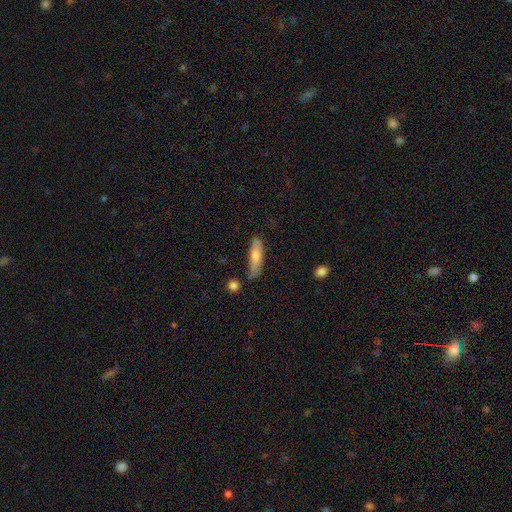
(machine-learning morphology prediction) Smooth or featured: smooth — 76% (featured or disk — 18%)
How rounded: cigar-shaped — 66% (in between — 32%)
Merging: none — 68% (minor disturbance — 22%)